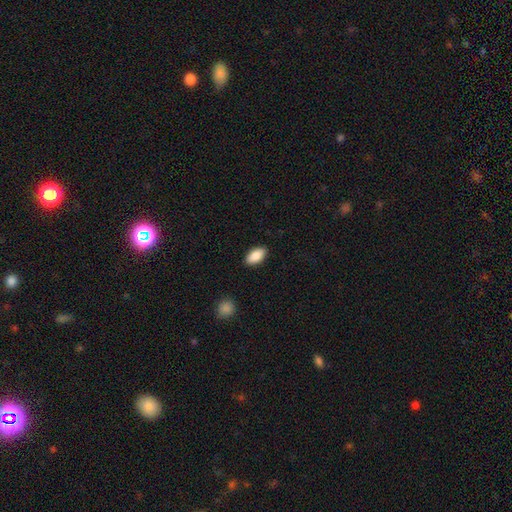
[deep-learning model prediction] smooth 87%, star or artifact 7%, featured or disk 6%. Down the decision tree: how rounded — in between (93%); merging — none (89%).